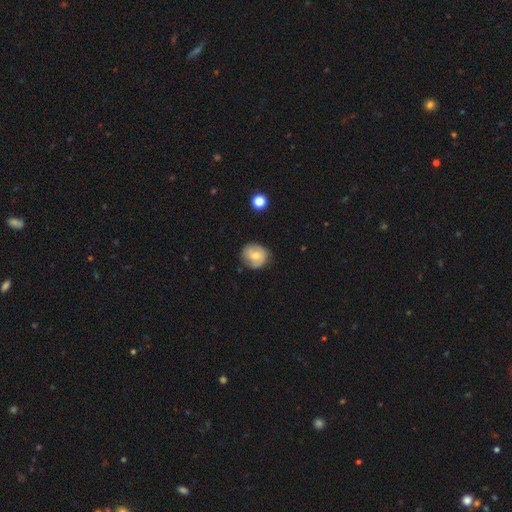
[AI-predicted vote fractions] A smooth galaxy with no disk features (52%) that is round (82%).

Vote fractions:
- Smooth or featured? smooth: 52% / featured or disk: 40% / star or artifact: 8%
- How rounded? round: 82% / in between: 17% / cigar-shaped: 1%
- Merging? none: 75% / minor disturbance: 19% / major disturbance: 4% / merger: 2%